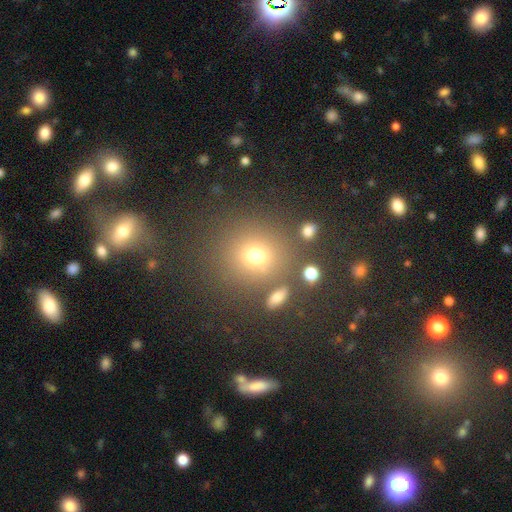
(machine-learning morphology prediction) Smooth or featured? smooth (70%)
How rounded? round (83%)
Merging? none (78%)